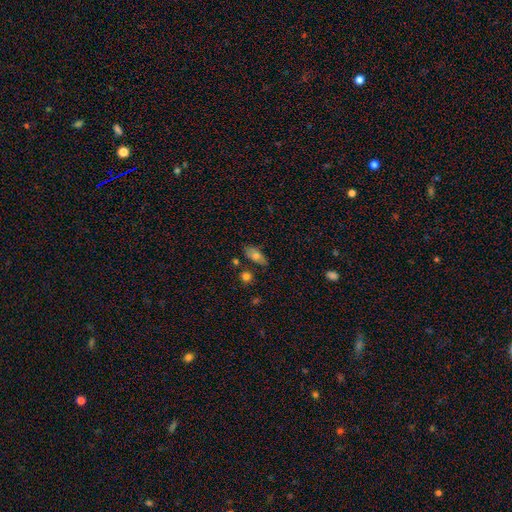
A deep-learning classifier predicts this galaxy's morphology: Smooth or featured?
  - smooth: 67% *
  - featured or disk: 24%
  - star or artifact: 9%
How rounded?
  - in between: 84% *
  - cigar-shaped: 10%
  - round: 6%
Merging?
  - none: 68% *
  - minor disturbance: 20%
  - merger: 6%
  - major disturbance: 5%